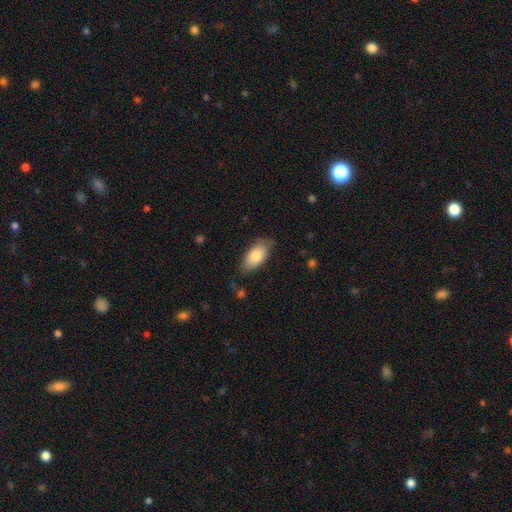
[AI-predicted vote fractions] This is clearly a smooth galaxy (82%). How rounded: clearly in between (93%). Merging: likely none (75%).